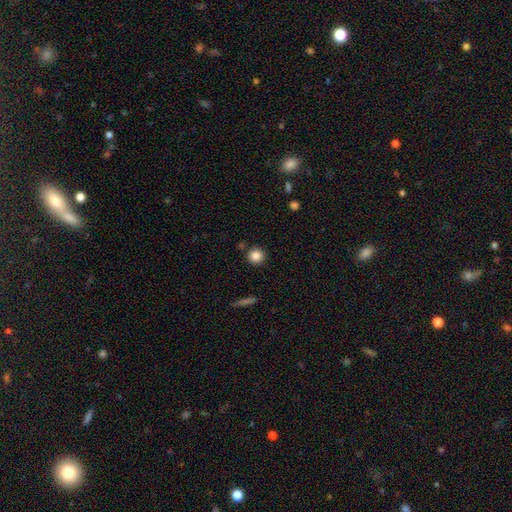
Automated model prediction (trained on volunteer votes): A smooth galaxy with no disk features (85%) that is round (93%). Merging: none (86%).